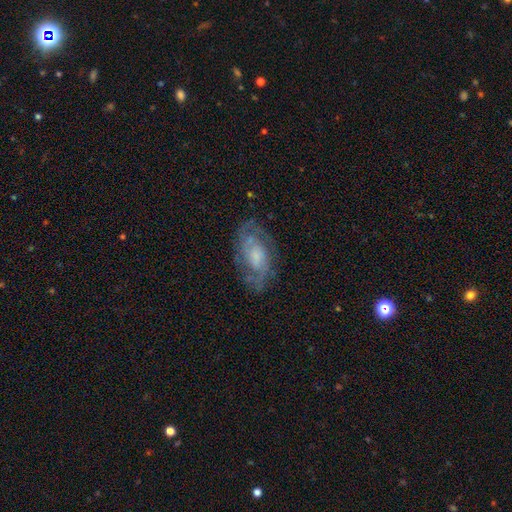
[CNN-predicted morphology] Smooth or featured? Predicted: featured or disk (p=0.76). Edge-on disk? Predicted: no (p=0.95). Bar? Predicted: no (p=0.61). Spiral arms? Predicted: yes (p=0.89). Spiral winding? Predicted: tight (p=0.45). Spiral arm count? Predicted: 2 (p=0.56). Bulge size? Predicted: small (p=0.34). Merging? Predicted: none (p=0.74).